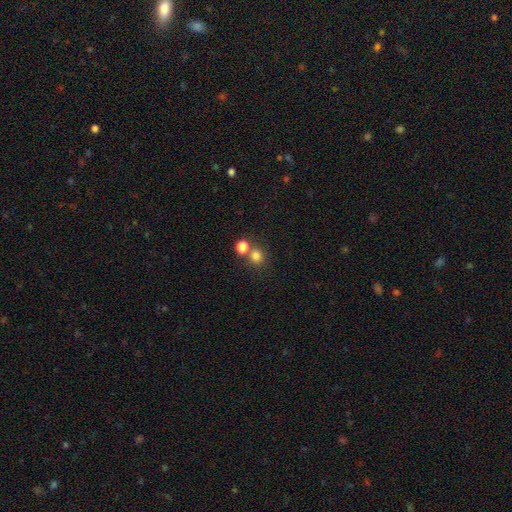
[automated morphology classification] This appears to be a smooth galaxy with no disk features (79%) that is round (83%). Merging: none (59%).